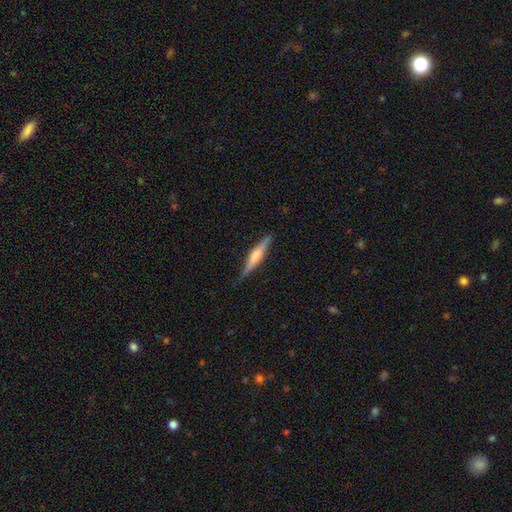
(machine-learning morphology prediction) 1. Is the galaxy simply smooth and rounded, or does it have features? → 55% featured or disk, 39% smooth, 6% star or artifact.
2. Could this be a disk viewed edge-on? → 97% yes, 3% no.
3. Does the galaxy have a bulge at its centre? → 56% rounded, 27% boxy, 18% none.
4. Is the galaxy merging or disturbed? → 85% none, 11% minor disturbance, 2% major disturbance, 1% merger.